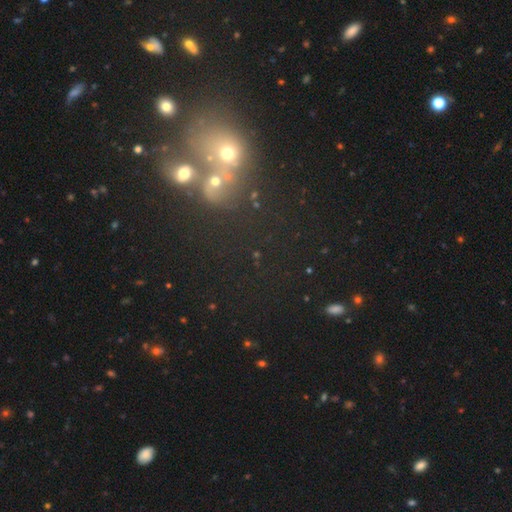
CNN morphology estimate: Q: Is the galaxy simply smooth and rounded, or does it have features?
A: star or artifact — 48%.